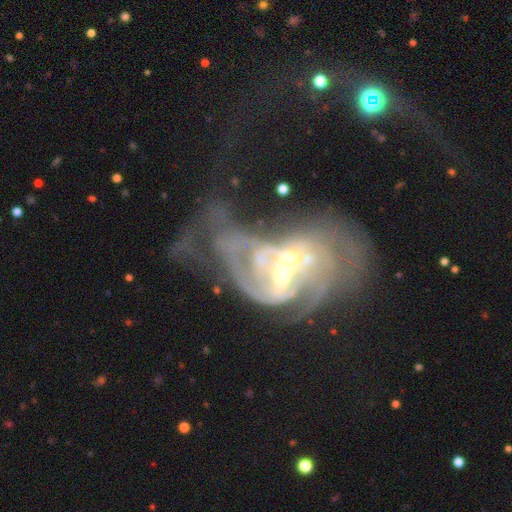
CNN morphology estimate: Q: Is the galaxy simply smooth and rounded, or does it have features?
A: featured or disk — 79%.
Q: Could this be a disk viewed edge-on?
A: no — 96%.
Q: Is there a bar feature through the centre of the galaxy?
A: no — 48%.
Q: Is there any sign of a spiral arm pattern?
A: yes — 77%.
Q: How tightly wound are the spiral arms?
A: medium — 35%.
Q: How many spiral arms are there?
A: can't tell — 42%.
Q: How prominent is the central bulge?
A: moderate — 47%.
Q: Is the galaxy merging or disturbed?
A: merger — 53%.